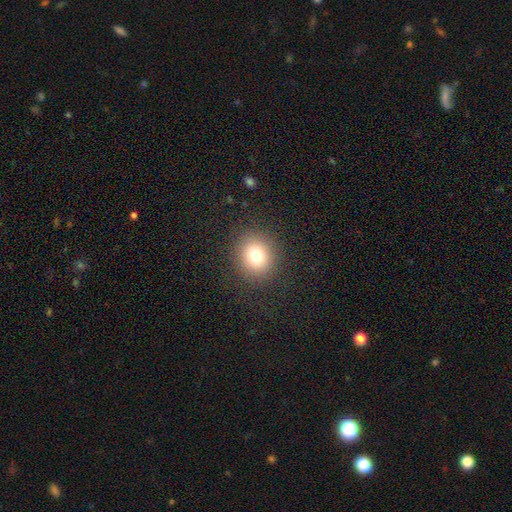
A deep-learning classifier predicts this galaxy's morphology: This is likely a smooth galaxy (77%). How rounded: clearly round (82%). Merging: clearly none (88%).